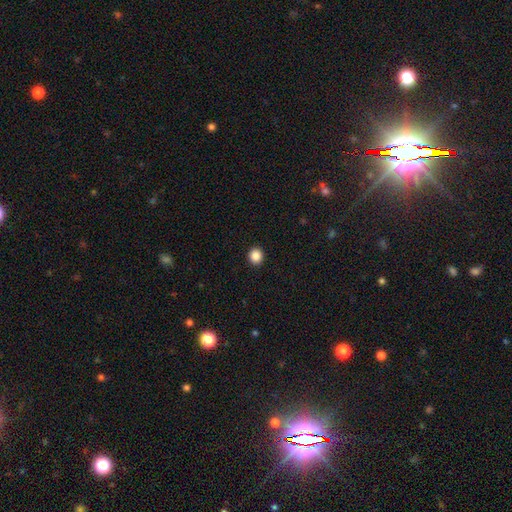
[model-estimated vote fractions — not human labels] Q: Smooth or featured?
A: smooth (87%); runner-up: star or artifact (10%)
Q: How rounded?
A: round (86%); runner-up: in between (13%)
Q: Merging?
A: none (93%); runner-up: minor disturbance (4%)